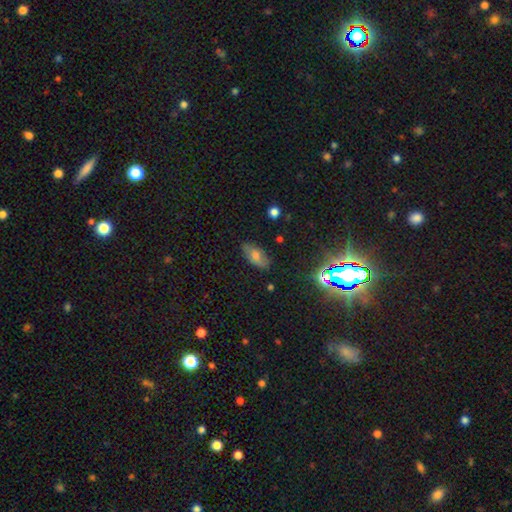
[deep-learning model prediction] smooth 65%, featured or disk 19%, star or artifact 16%. Down the decision tree: how rounded — in between (88%); merging — none (81%).